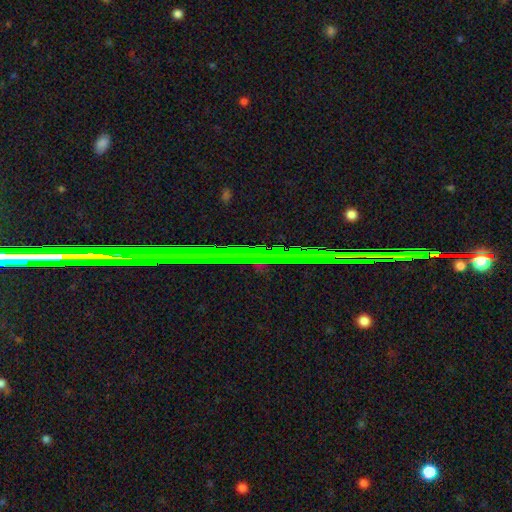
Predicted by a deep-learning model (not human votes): smooth_or_featured: star or artifact (p=0.73) [alt: featured or disk p=0.18]